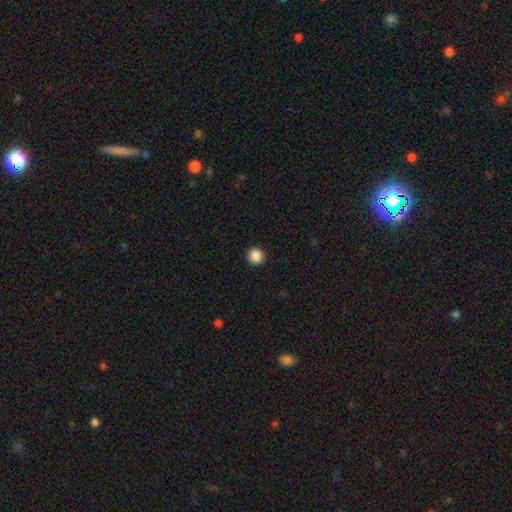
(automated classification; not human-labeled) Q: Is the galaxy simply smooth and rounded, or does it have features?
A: smooth — 88%.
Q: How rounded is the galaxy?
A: round — 95%.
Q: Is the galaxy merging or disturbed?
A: none — 93%.